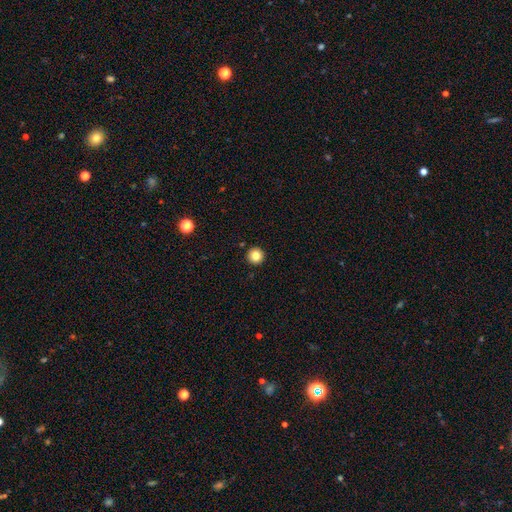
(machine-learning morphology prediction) Smooth or featured: smooth — 83% (star or artifact — 11%)
How rounded: round — 96% (in between — 3%)
Merging: none — 93% (minor disturbance — 4%)